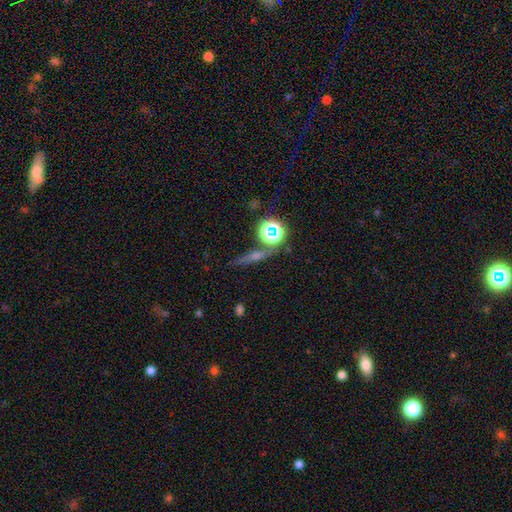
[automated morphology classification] Smooth or featured? star or artifact (37%)